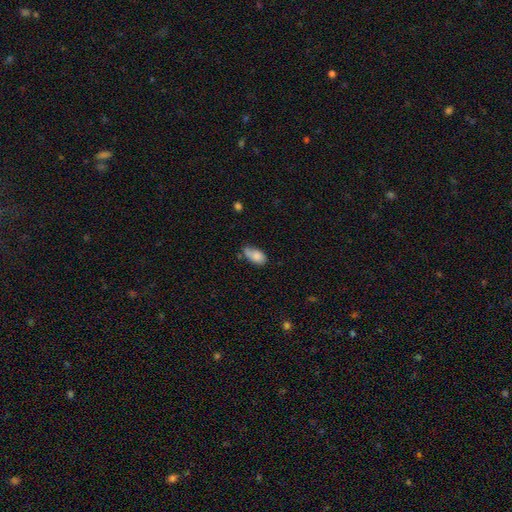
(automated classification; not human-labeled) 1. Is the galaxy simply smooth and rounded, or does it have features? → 80% smooth, 12% featured or disk, 8% star or artifact.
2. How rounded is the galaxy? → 91% in between, 6% round, 3% cigar-shaped.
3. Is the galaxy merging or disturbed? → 44% none, 37% minor disturbance, 11% major disturbance, 8% merger.